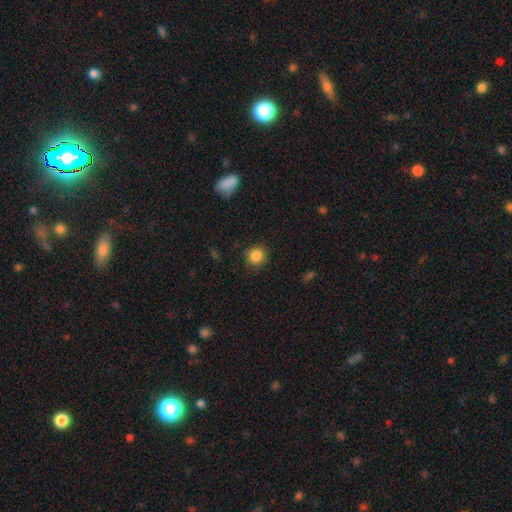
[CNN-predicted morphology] Q: Smooth or featured?
A: smooth (86%); runner-up: star or artifact (10%)
Q: How rounded?
A: round (90%); runner-up: in between (9%)
Q: Merging?
A: none (86%); runner-up: minor disturbance (10%)